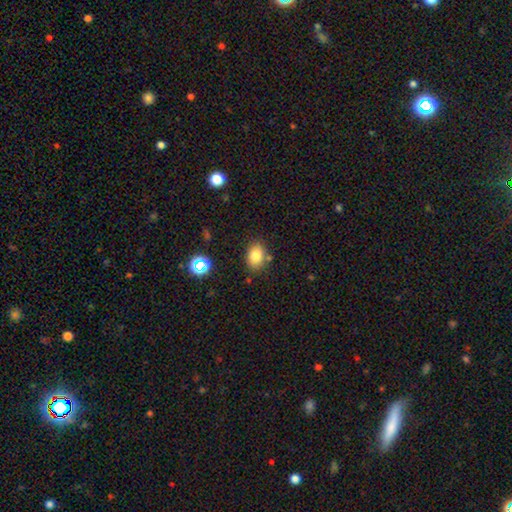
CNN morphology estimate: Smooth or featured: smooth — 81% (star or artifact — 11%)
How rounded: in between — 73% (round — 26%)
Merging: none — 77% (minor disturbance — 14%)